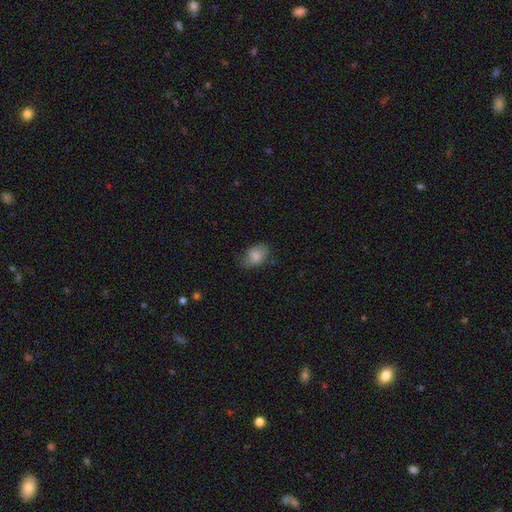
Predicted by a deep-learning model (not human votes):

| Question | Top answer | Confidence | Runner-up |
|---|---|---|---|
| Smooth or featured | smooth | 82% | featured or disk (10%) |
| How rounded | in between | 81% | round (17%) |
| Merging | none | 60% | minor disturbance (31%) |